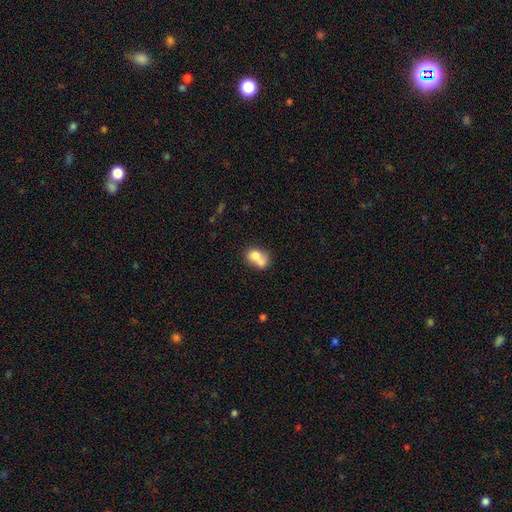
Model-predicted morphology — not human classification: Smooth or featured?
  - smooth: 72% *
  - featured or disk: 19%
  - star or artifact: 9%
How rounded?
  - in between: 56% *
  - round: 42%
  - cigar-shaped: 1%
Merging?
  - merger: 62% *
  - none: 23%
  - minor disturbance: 10%
  - major disturbance: 5%